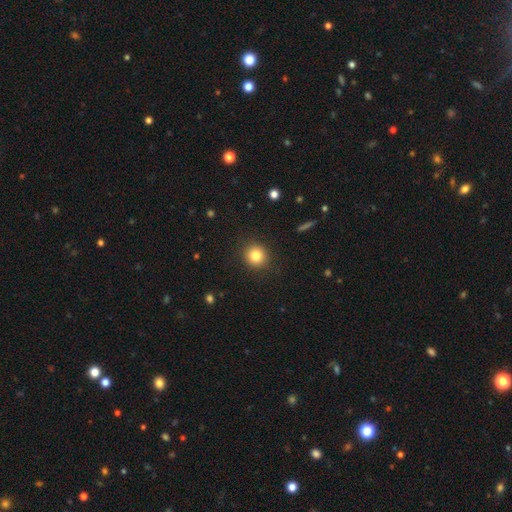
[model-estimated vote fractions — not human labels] This appears to be a smooth galaxy with no disk features (82%) that is round (91%). Merging: none (90%).